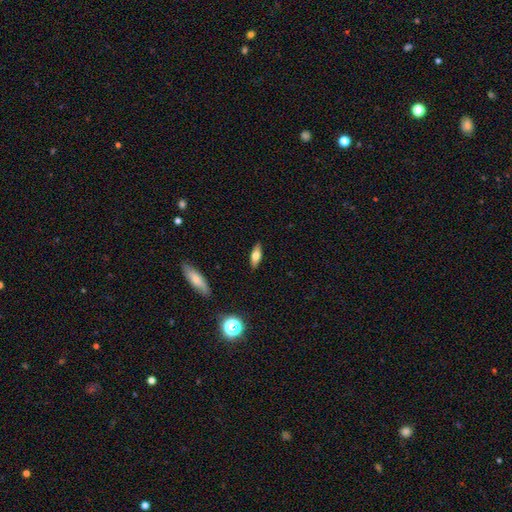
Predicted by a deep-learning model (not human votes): The model was most divided on "how rounded": in between: 63%, cigar-shaped: 34%, round: 3%. More confident: merging — none (87%); smooth or featured — smooth (62%).